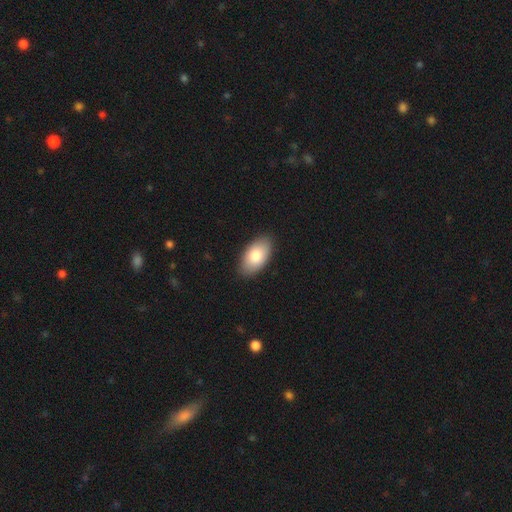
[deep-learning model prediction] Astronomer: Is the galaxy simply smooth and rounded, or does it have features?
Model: smooth — 81%.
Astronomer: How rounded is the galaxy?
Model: in between — 95%.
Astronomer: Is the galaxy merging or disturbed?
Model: none — 87%.